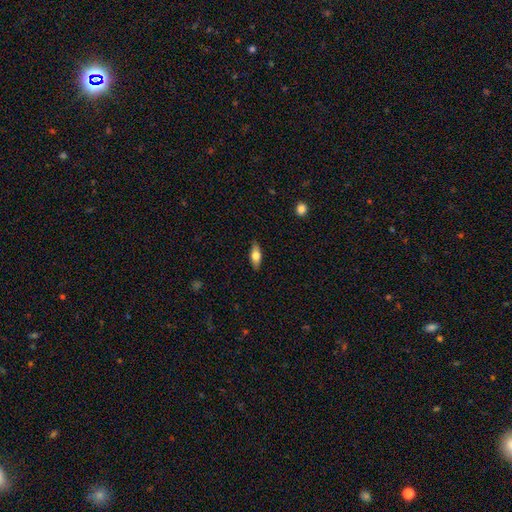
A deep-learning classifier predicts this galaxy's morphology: Smooth or featured? smooth (66%)
How rounded? in between (73%)
Merging? none (87%)